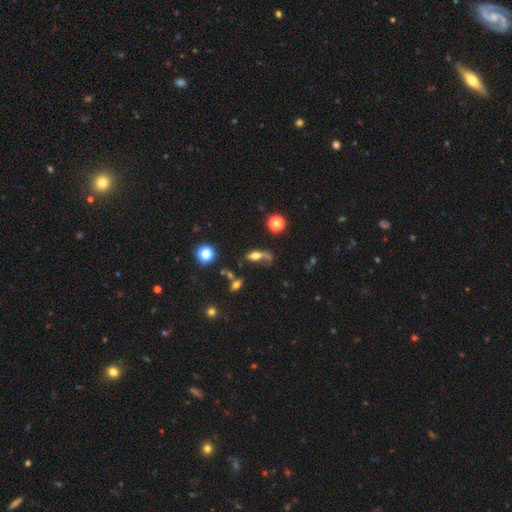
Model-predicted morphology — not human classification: smooth_or_featured: smooth (p=0.59) [alt: featured or disk p=0.25]
how_rounded: in between (p=0.63) [alt: cigar-shaped p=0.23]
merging: none (p=0.37) [alt: major disturbance p=0.24]